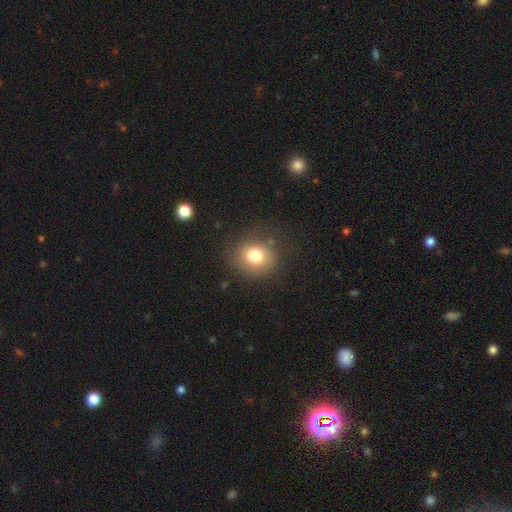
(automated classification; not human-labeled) Smooth or featured? Predicted: smooth (p=0.78). How rounded? Predicted: round (p=0.73). Merging? Predicted: none (p=0.73).